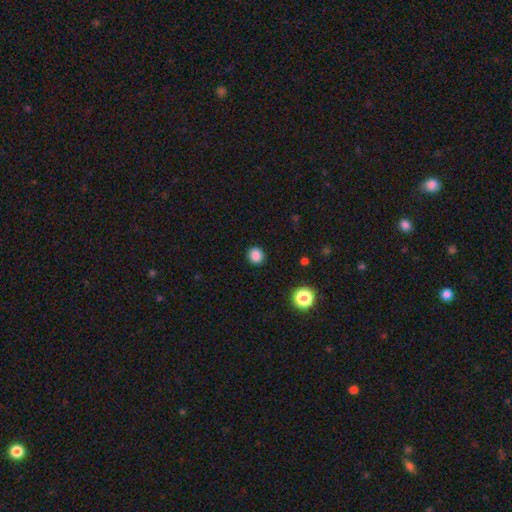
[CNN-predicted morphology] smooth_or_featured: smooth (p=0.86) [alt: star or artifact p=0.11]
how_rounded: round (p=0.90) [alt: in between p=0.10]
merging: none (p=0.92) [alt: minor disturbance p=0.05]